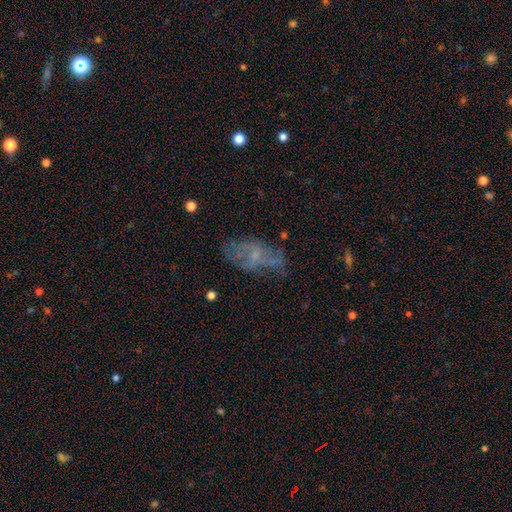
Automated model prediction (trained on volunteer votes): Smooth or featured? featured or disk (49%)
Merging? none (52%)